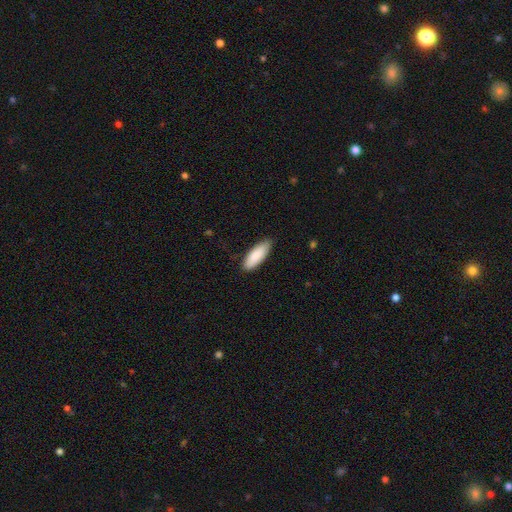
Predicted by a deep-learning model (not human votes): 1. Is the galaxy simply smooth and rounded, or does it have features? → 88% smooth, 7% featured or disk, 5% star or artifact.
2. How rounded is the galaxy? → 68% in between, 30% cigar-shaped, 1% round.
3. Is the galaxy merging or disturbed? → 83% none, 14% minor disturbance, 2% major disturbance, 1% merger.